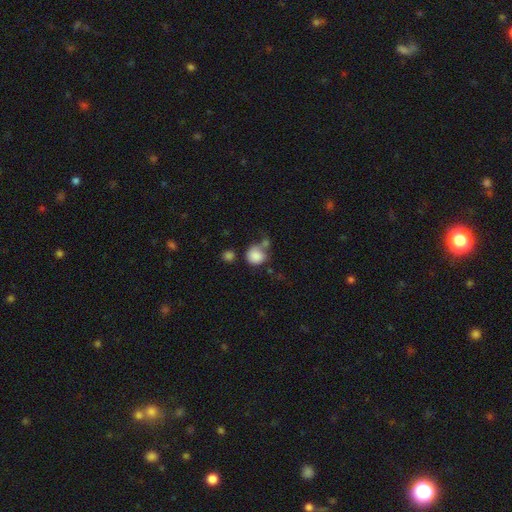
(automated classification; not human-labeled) Smooth or featured?
  - smooth: 85% *
  - star or artifact: 9%
  - featured or disk: 6%
How rounded?
  - round: 83% *
  - in between: 16%
  - cigar-shaped: 1%
Merging?
  - none: 48% *
  - merger: 25%
  - minor disturbance: 17%
  - major disturbance: 9%